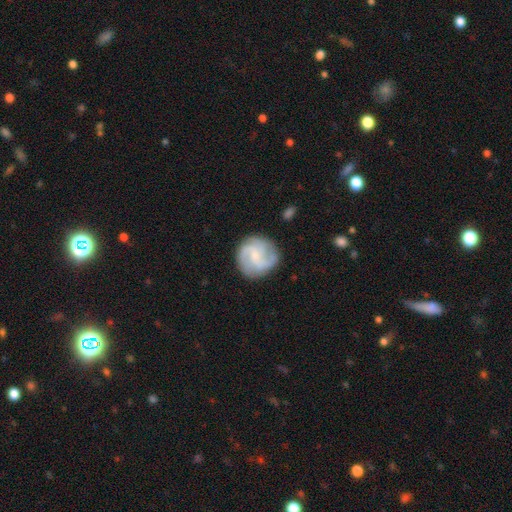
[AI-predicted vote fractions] The model was most divided on "bar": weak: 46%, no: 44%, strong: 10%. Remaining: edge-on disk — no (98%); spiral arms — yes (95%); merging — none (80%); smooth or featured — featured or disk (77%); bulge size — small (67%); spiral winding — medium (49%); spiral arm count — 3 (39%).